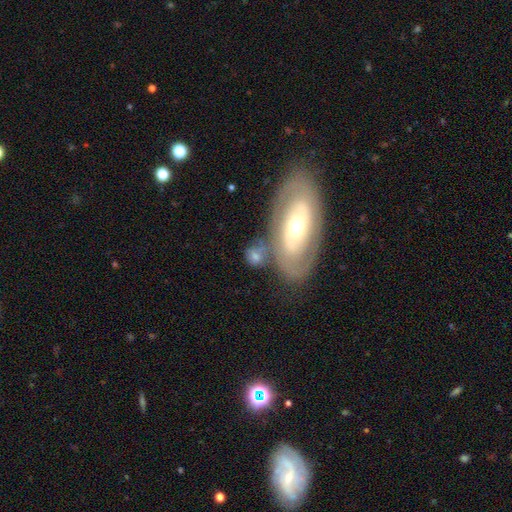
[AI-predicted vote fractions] This is possibly a smooth galaxy (60%). How rounded: possibly in between (50%). Merging: possibly none (46%).